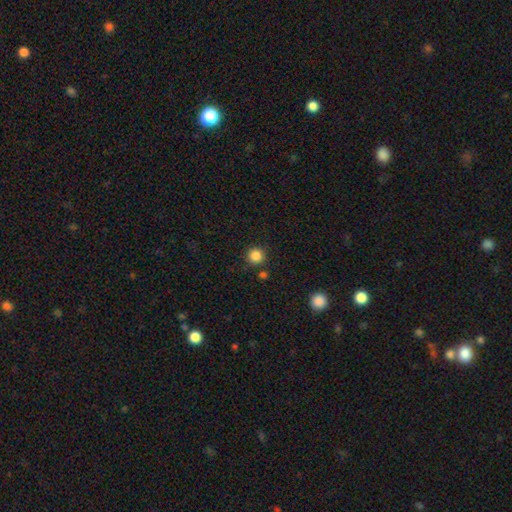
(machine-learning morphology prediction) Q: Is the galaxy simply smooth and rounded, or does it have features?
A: smooth — 85%.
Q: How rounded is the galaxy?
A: round — 95%.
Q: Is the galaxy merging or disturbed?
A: none — 87%.